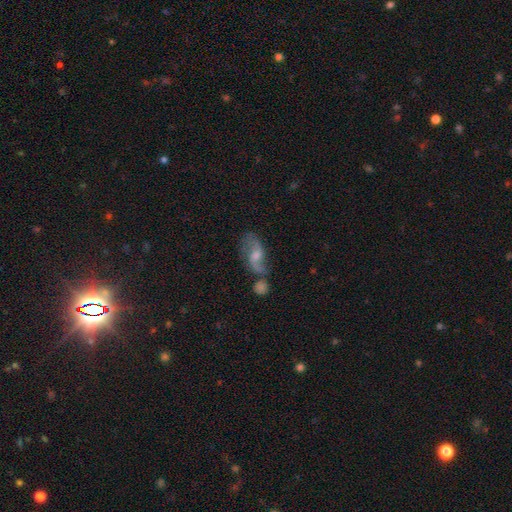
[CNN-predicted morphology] Overall: featured or disk (70%). Edge-on disk: no (93%). Bar: no (45%; weak 44%). Spiral arms: yes (88%). Spiral arm count: 2 (85%). Spiral winding: loose (61%; medium 30%). Bulge size: moderate (49%; small 37%). Merging: none (49%; merger 22%).